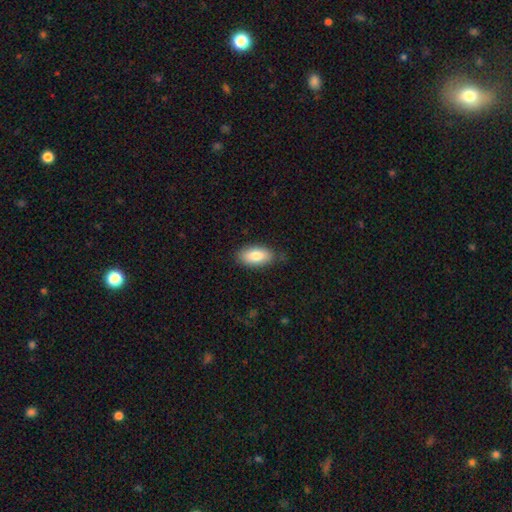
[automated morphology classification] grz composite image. It shows a smooth galaxy with no disk features (82%) that is in between round and cigar-shaped (92%). Merging: none (78%).